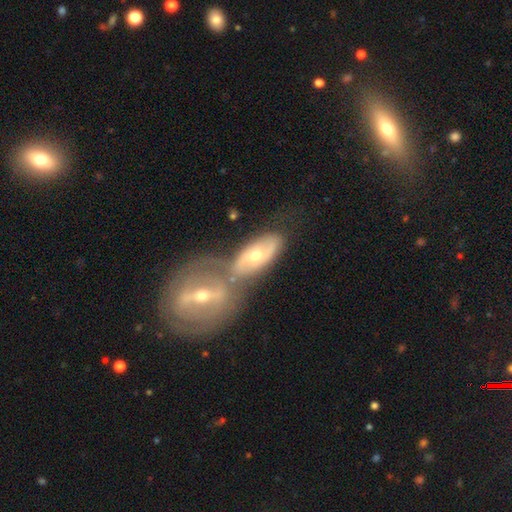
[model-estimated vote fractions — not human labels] Smooth or featured? Predicted: featured or disk (p=0.62). Edge-on disk? Predicted: no (p=0.85). Bar? Predicted: no (p=0.50). Spiral arms? Predicted: yes (p=0.56). Bulge size? Predicted: moderate (p=0.68). Merging? Predicted: merger (p=0.46).